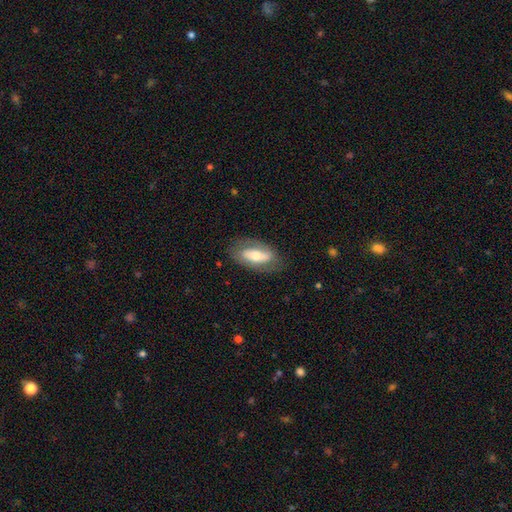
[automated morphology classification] The model was most divided on "smooth or featured": featured or disk: 50%, smooth: 44%, star or artifact: 6%. More confident: edge-on disk — no (81%); merging — none (77%).